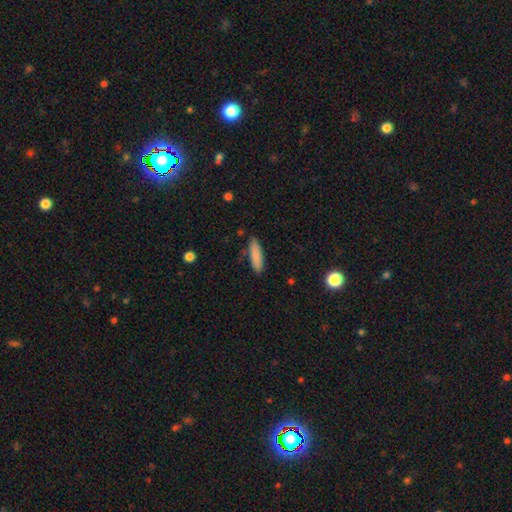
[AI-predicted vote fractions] This is clearly a smooth galaxy (85%). How rounded: likely cigar-shaped (65%). Merging: clearly none (84%).